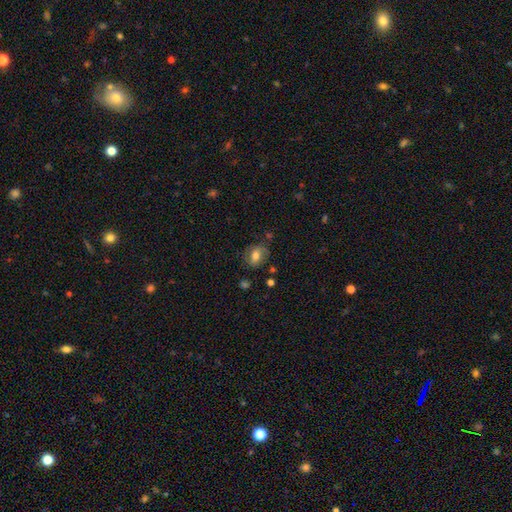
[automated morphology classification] Q: Smooth or featured?
A: smooth (65%); runner-up: featured or disk (26%)
Q: How rounded?
A: in between (61%); runner-up: round (38%)
Q: Merging?
A: none (69%); runner-up: minor disturbance (20%)